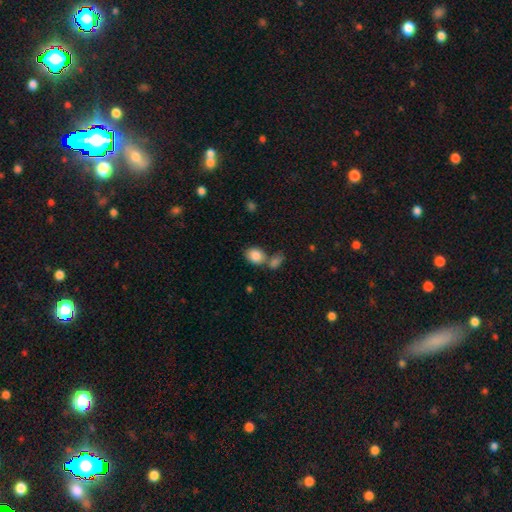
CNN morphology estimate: A smooth galaxy with no disk features (85%) that is in between round and cigar-shaped (64%). Merging: none (48%).